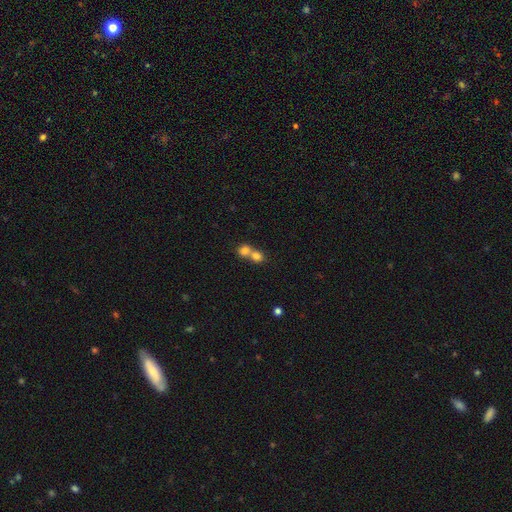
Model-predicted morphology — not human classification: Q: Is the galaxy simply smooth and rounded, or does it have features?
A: smooth — 77%.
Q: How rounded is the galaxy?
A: round — 75%.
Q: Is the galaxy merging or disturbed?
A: merger — 67%.